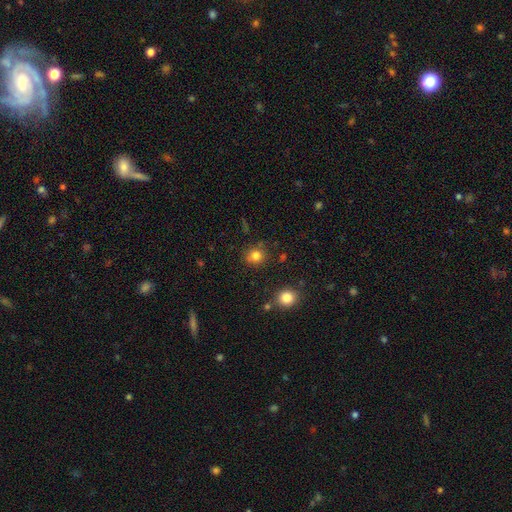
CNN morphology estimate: smooth_or_featured: smooth (p=0.81) [alt: star or artifact p=0.13]
how_rounded: round (p=0.85) [alt: in between p=0.14]
merging: none (p=0.83) [alt: minor disturbance p=0.11]